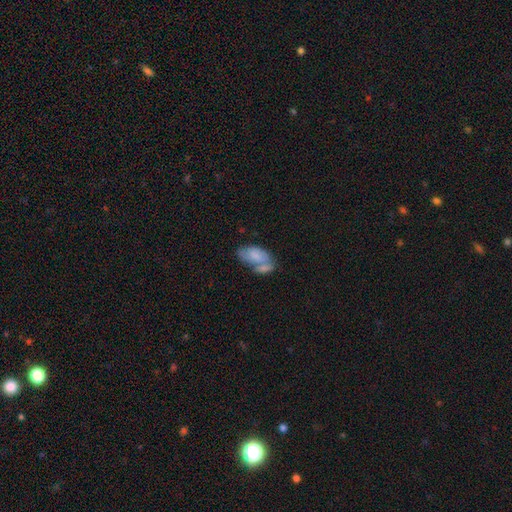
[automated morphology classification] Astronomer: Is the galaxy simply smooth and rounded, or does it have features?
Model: smooth — 65%.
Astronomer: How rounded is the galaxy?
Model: in between — 93%.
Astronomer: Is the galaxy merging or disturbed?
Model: merger — 44% (runner-up: none, 27%).